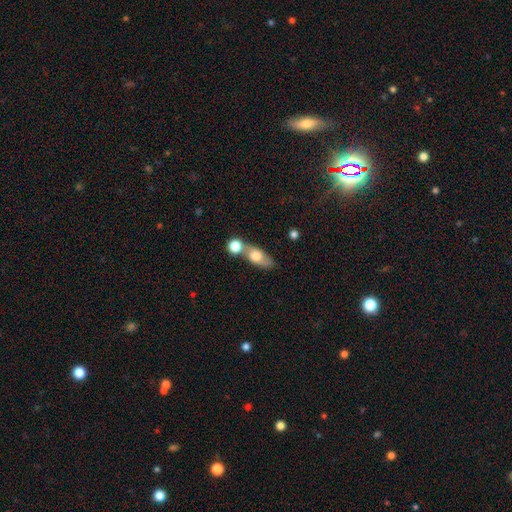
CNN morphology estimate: smooth_or_featured: smooth (p=0.65) [alt: featured or disk p=0.27]
how_rounded: in between (p=0.65) [alt: cigar-shaped p=0.19]
merging: merger (p=0.43) [alt: none p=0.41]